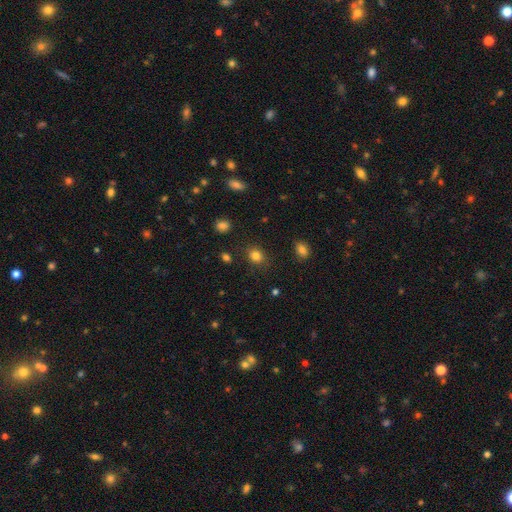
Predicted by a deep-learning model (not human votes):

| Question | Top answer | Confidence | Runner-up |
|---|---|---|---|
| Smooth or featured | smooth | 82% | star or artifact (13%) |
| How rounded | round | 63% | in between (36%) |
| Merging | none | 85% | minor disturbance (10%) |